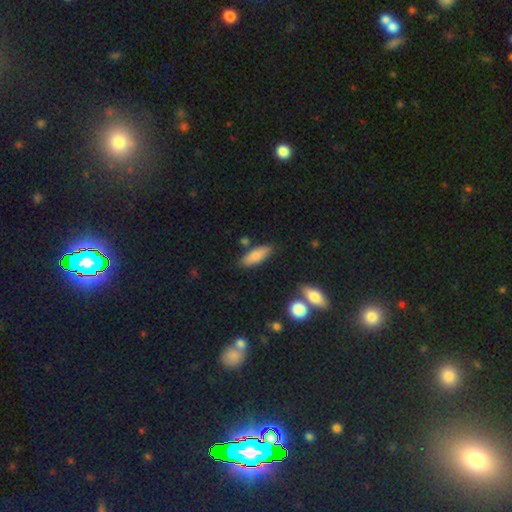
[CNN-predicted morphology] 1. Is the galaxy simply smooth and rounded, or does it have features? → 80% smooth, 13% featured or disk, 7% star or artifact.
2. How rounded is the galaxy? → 64% in between, 34% cigar-shaped, 2% round.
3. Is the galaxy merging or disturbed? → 79% none, 12% minor disturbance, 5% merger, 3% major disturbance.